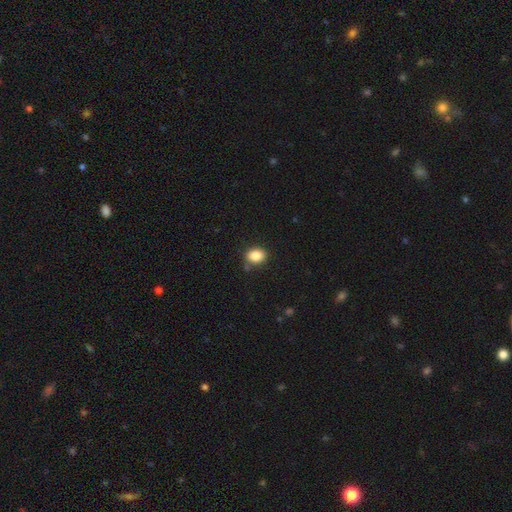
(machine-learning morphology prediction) type=smooth (86%); roundness=in between (52%); merging=none (80%).